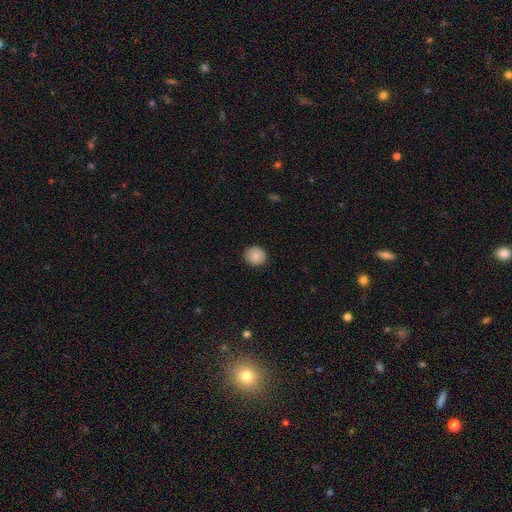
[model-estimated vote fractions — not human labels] Q: Smooth or featured?
A: smooth (87%); runner-up: star or artifact (8%)
Q: How rounded?
A: round (86%); runner-up: in between (13%)
Q: Merging?
A: none (89%); runner-up: minor disturbance (8%)